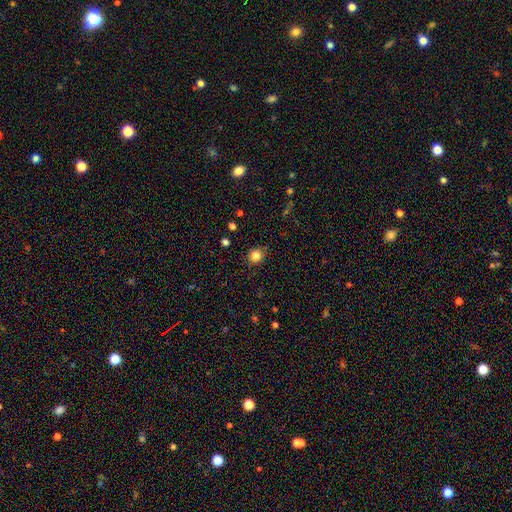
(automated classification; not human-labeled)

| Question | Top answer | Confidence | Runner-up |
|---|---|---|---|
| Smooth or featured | smooth | 83% | star or artifact (12%) |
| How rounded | round | 89% | in between (10%) |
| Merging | none | 86% | minor disturbance (10%) |